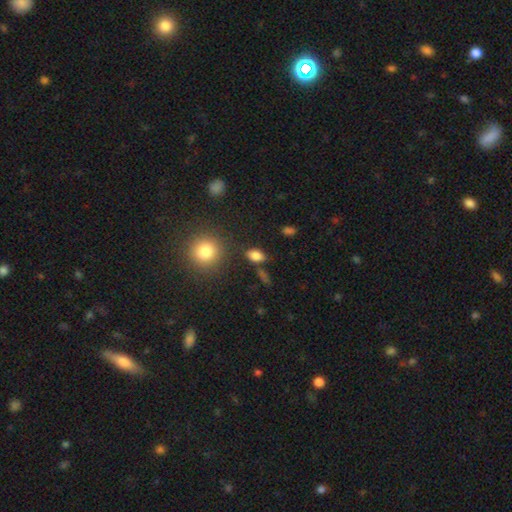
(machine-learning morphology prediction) Smooth or featured? smooth (80%)
How rounded? in between (81%)
Merging? none (74%)